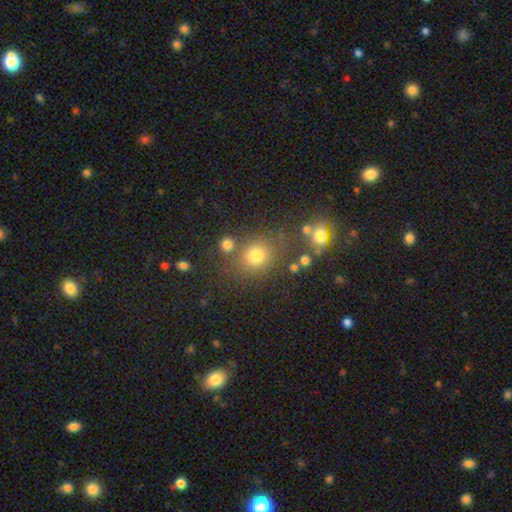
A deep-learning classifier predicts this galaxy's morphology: Smooth or featured: smooth — 74% (star or artifact — 18%)
How rounded: round — 70% (in between — 29%)
Merging: none — 68% (merger — 13%)